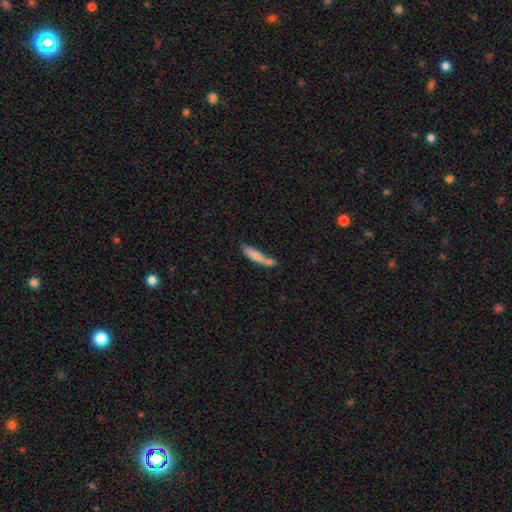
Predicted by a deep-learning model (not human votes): smooth_or_featured: smooth (p=0.75) [alt: featured or disk p=0.18]
how_rounded: cigar-shaped (p=0.82) [alt: in between p=0.16]
merging: none (p=0.44) [alt: merger p=0.31]